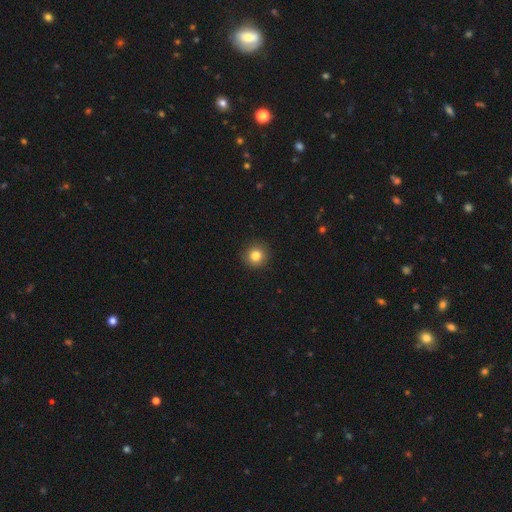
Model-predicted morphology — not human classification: Smooth or featured: smooth — 82% (star or artifact — 11%)
How rounded: round — 94% (in between — 5%)
Merging: none — 92% (minor disturbance — 6%)